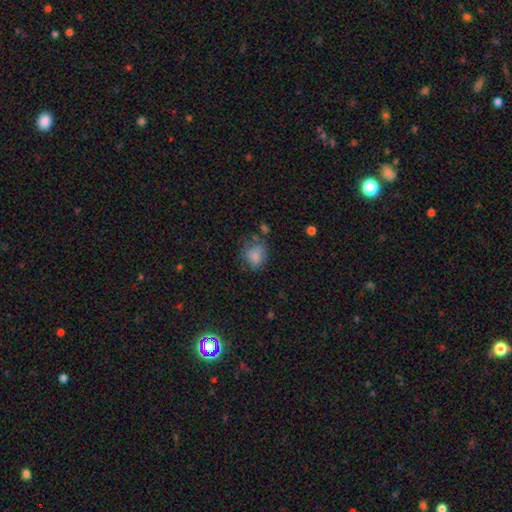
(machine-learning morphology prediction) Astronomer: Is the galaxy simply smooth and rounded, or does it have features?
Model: smooth — 77%.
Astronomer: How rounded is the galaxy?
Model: round — 57% (runner-up: in between, 42%).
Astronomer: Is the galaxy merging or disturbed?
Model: none — 50% (runner-up: minor disturbance, 28%).